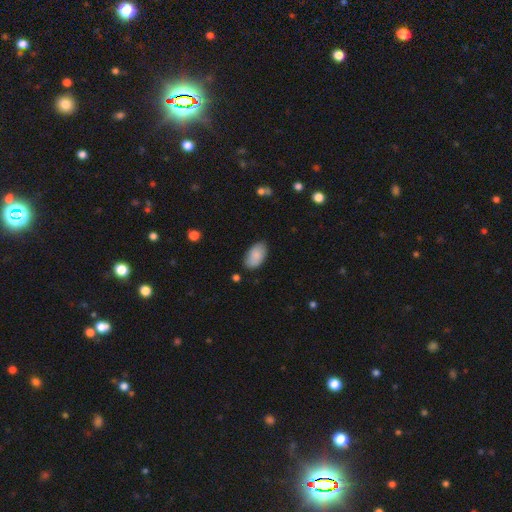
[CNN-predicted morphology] smooth_or_featured: smooth (p=0.84) [alt: featured or disk p=0.09]
how_rounded: in between (p=0.95) [alt: round p=0.04]
merging: none (p=0.80) [alt: minor disturbance p=0.16]